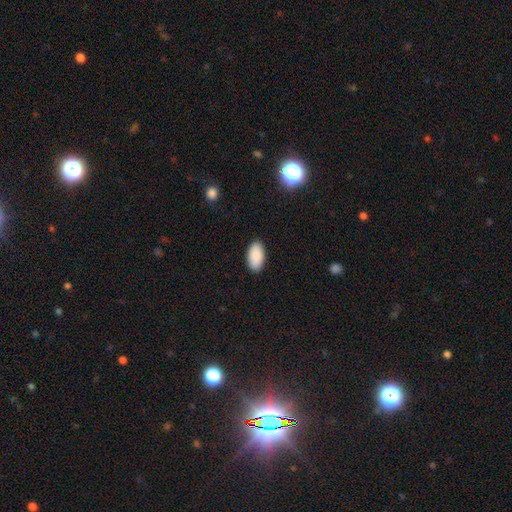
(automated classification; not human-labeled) Smooth or featured? smooth (90%)
How rounded? in between (96%)
Merging? none (90%)